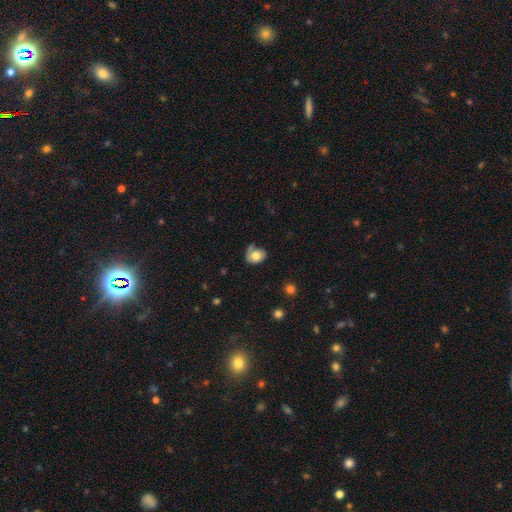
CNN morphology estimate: smooth_or_featured: smooth (p=0.74) [alt: featured or disk p=0.18]
how_rounded: in between (p=0.53) [alt: round p=0.46]
merging: none (p=0.48) [alt: minor disturbance p=0.30]